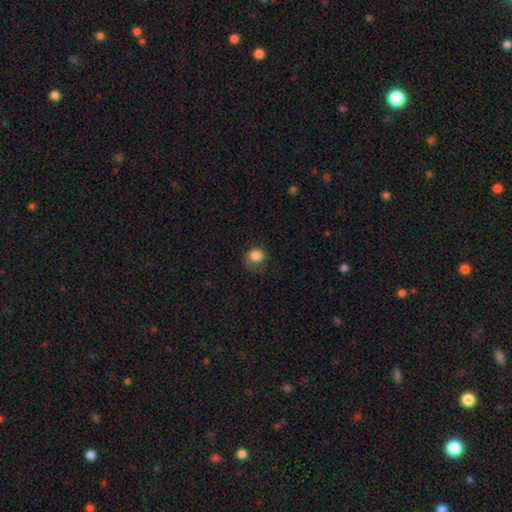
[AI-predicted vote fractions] Smooth or featured: smooth — 85% (star or artifact — 10%)
How rounded: round — 77% (in between — 22%)
Merging: none — 63% (minor disturbance — 26%)